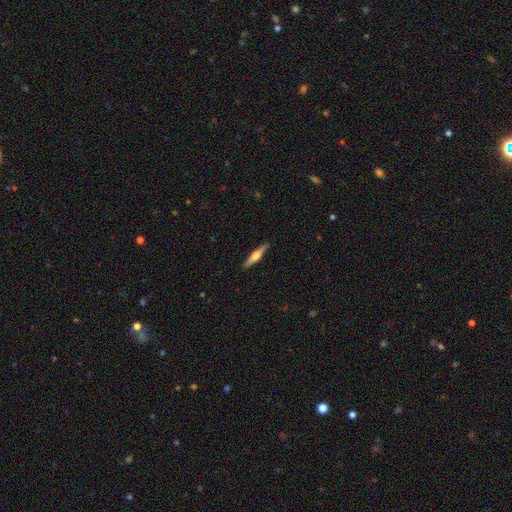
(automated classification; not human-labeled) This appears to be a featured or disk galaxy (57%) viewed edge-on (96%) with a rounded central bulge (89%). Merging: none (89%).